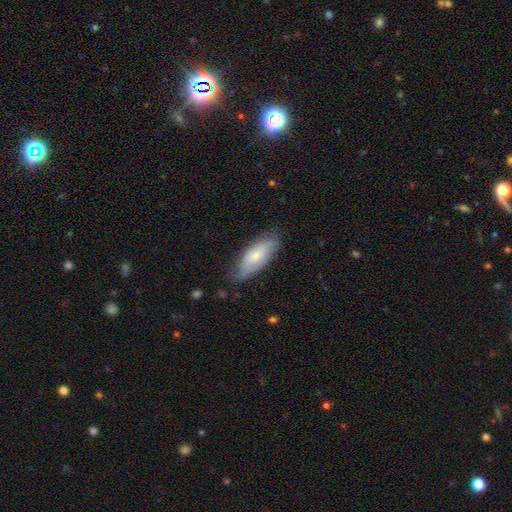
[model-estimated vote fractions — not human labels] A smooth galaxy with no disk features (65%) that is in between round and cigar-shaped (77%). Merging: none (69%).